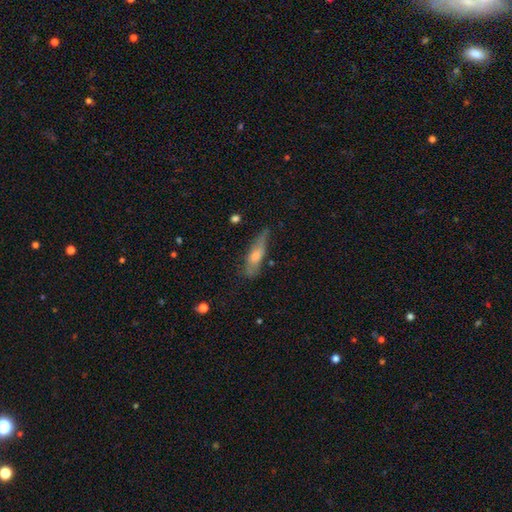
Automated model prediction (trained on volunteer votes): Smooth or featured?
  - smooth: 51% *
  - featured or disk: 42%
  - star or artifact: 8%
How rounded?
  - cigar-shaped: 66% *
  - in between: 32%
  - round: 3%
Merging?
  - none: 62% *
  - minor disturbance: 27%
  - major disturbance: 9%
  - merger: 3%